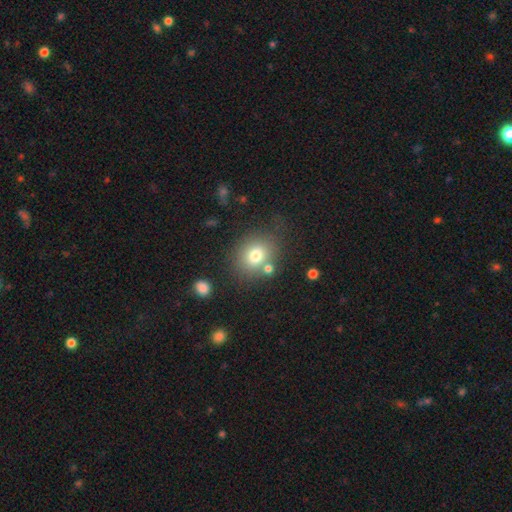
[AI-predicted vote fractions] Overall: smooth (75%). How rounded: round (70%). Merging: none (67%).